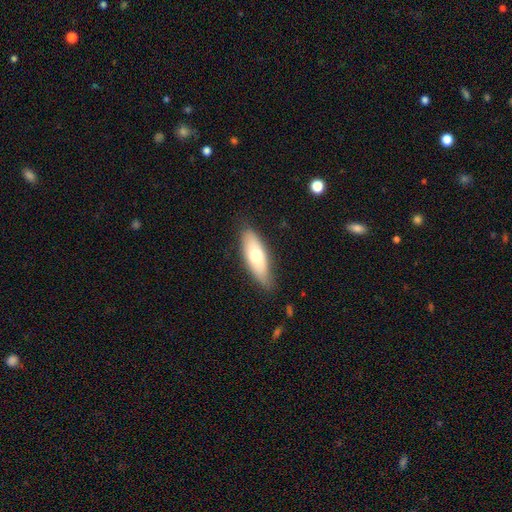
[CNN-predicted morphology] smooth_or_featured: smooth (p=0.65) [alt: featured or disk p=0.29]
how_rounded: in between (p=0.65) [alt: cigar-shaped p=0.33]
merging: none (p=0.77) [alt: minor disturbance p=0.18]